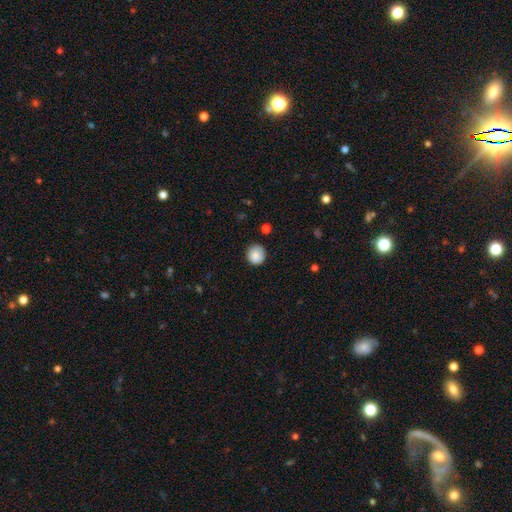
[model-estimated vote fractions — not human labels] Smooth or featured? Predicted: smooth (p=0.87). How rounded? Predicted: round (p=0.89). Merging? Predicted: none (p=0.85).